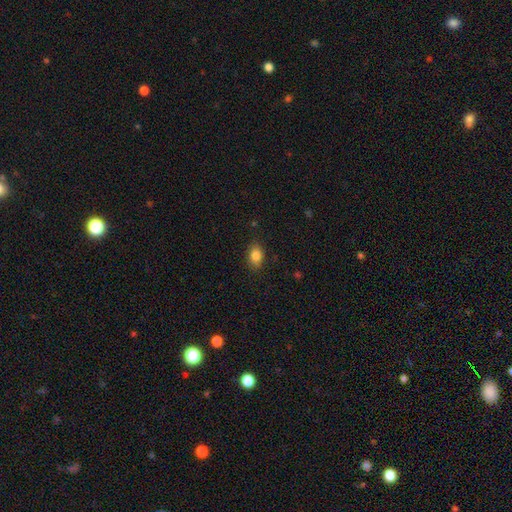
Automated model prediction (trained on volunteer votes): The model was most divided on "how rounded": in between: 80%, round: 18%, cigar-shaped: 2%. More confident: merging — none (85%); smooth or featured — smooth (85%).